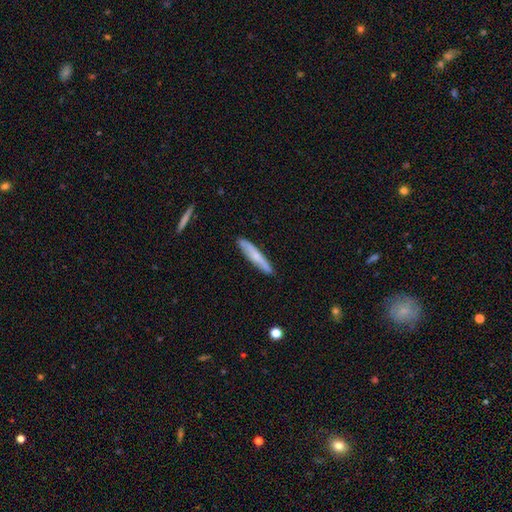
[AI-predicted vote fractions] smooth 61%, featured or disk 33%, star or artifact 6%. Down the decision tree: how rounded — cigar-shaped (92%); merging — none (86%).